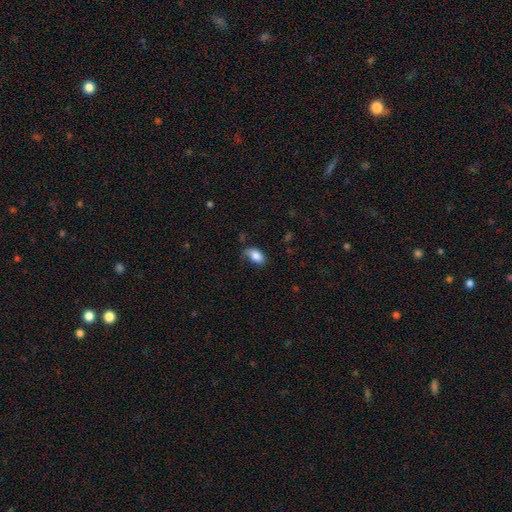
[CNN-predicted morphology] A smooth galaxy with no disk features (82%) that is in between round and cigar-shaped (91%).

Vote fractions:
- Smooth or featured? smooth: 82% / featured or disk: 11% / star or artifact: 7%
- How rounded? in between: 91% / round: 7% / cigar-shaped: 2%
- Merging? none: 55% / minor disturbance: 31% / major disturbance: 12% / merger: 2%